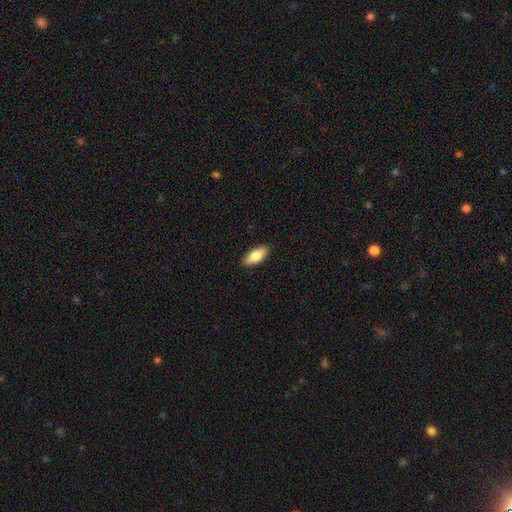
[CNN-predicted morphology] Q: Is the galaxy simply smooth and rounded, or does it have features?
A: smooth — 82%.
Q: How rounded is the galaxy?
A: in between — 85%.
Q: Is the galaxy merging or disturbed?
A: none — 89%.